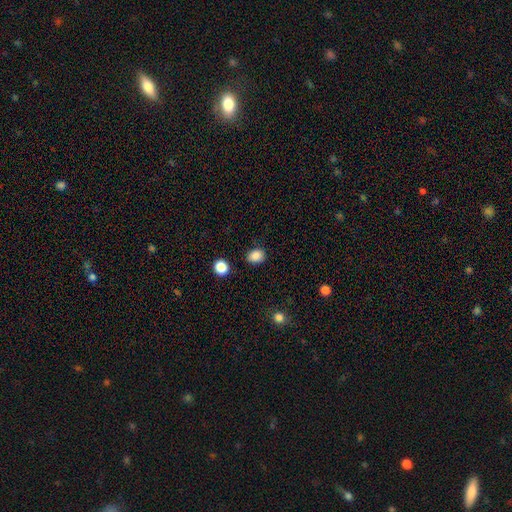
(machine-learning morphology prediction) This appears to be a smooth galaxy with no disk features (87%) that is in between round and cigar-shaped (54%). Merging: none (84%).